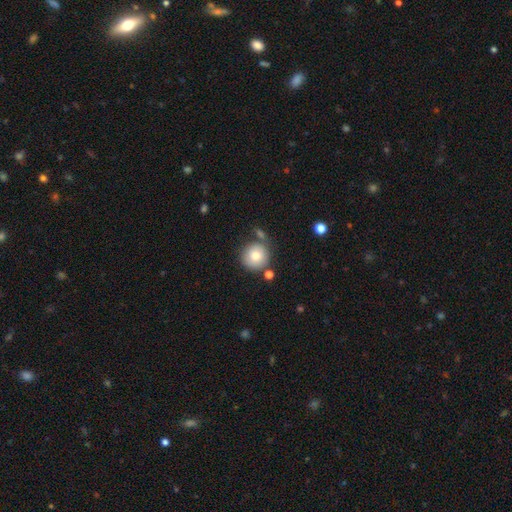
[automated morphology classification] Overall: smooth (79%). How rounded: round (94%). Merging: none (72%).